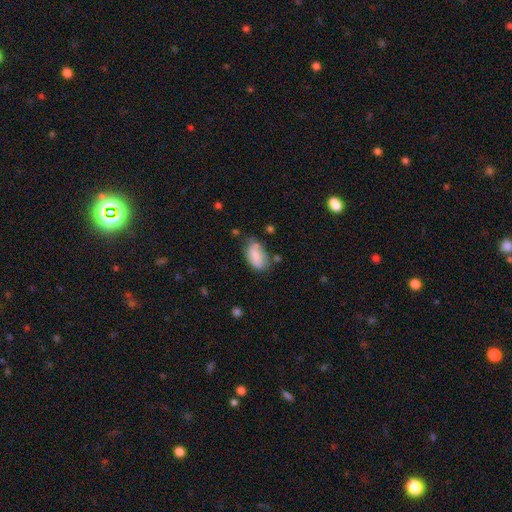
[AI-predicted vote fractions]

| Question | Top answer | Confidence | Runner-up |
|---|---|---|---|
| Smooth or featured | smooth | 83% | featured or disk (10%) |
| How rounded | in between | 92% | round (4%) |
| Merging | none | 57% | minor disturbance (29%) |